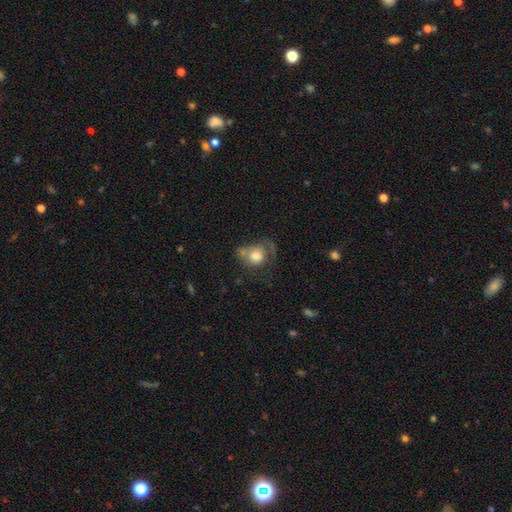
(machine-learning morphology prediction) Smooth or featured? Predicted: smooth (p=0.71). How rounded? Predicted: round (p=0.71). Merging? Predicted: none (p=0.36).